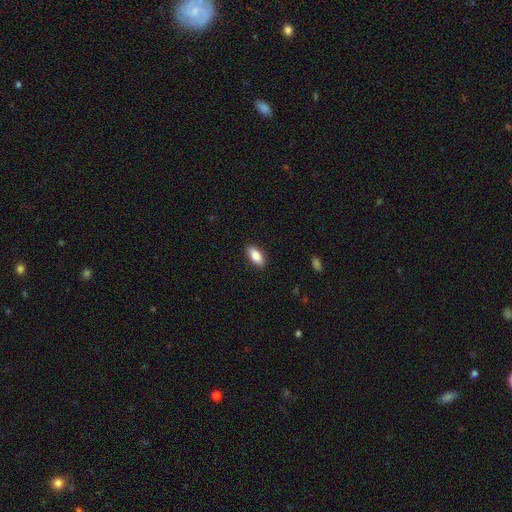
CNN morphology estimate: Smooth or featured: smooth — 86% (featured or disk — 7%)
How rounded: in between — 89% (cigar-shaped — 8%)
Merging: none — 89% (minor disturbance — 8%)